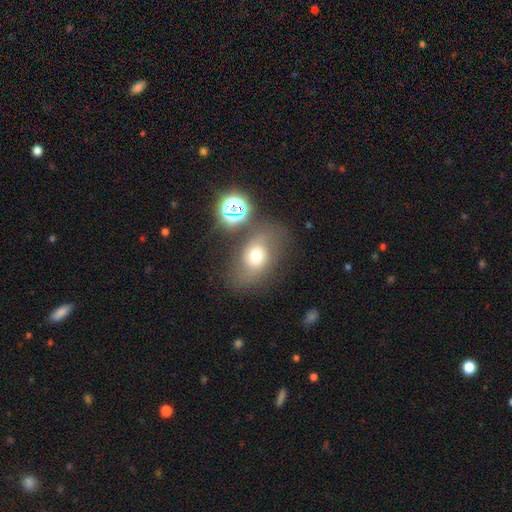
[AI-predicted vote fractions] Morphology: type=smooth (58%); roundness=in between (65%); merging=none (57%).